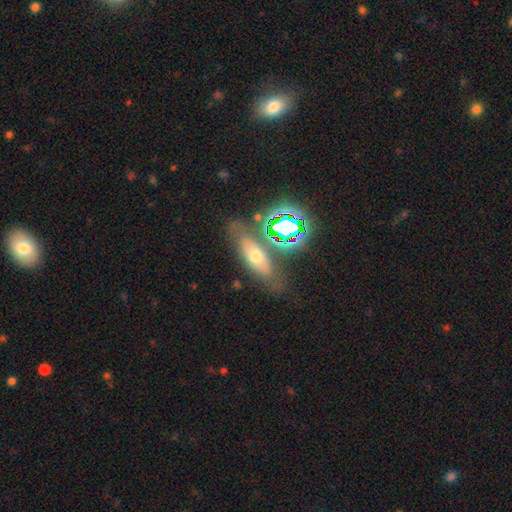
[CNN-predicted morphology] Smooth or featured: smooth — 46% (featured or disk — 32%)
Merging: none — 70% (minor disturbance — 15%)